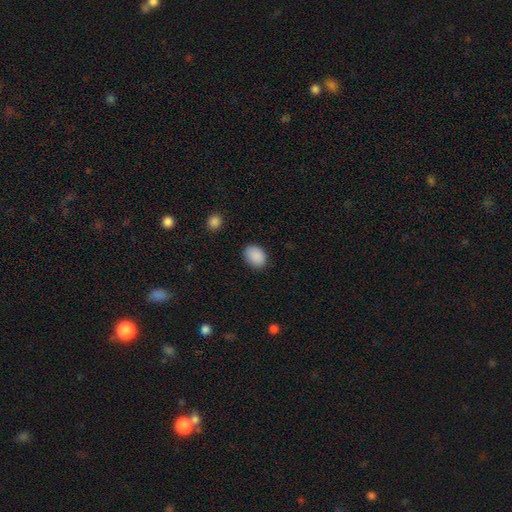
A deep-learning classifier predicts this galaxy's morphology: Overall: smooth (90%). How rounded: in between (68%; round 31%). Merging: none (86%).